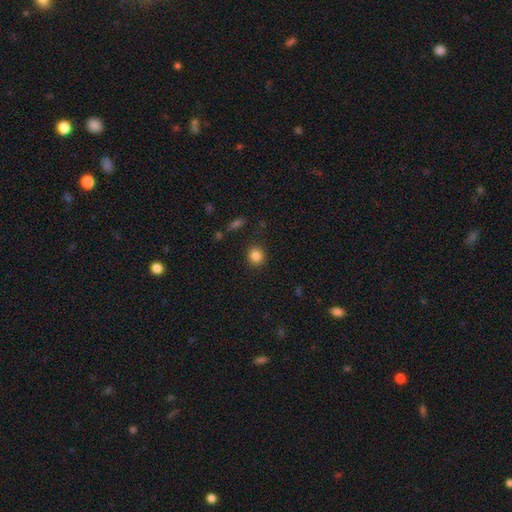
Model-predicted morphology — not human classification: The model was most divided on "how rounded": round: 85%, in between: 14%, cigar-shaped: 1%. More confident: merging — none (89%); smooth or featured — smooth (85%).